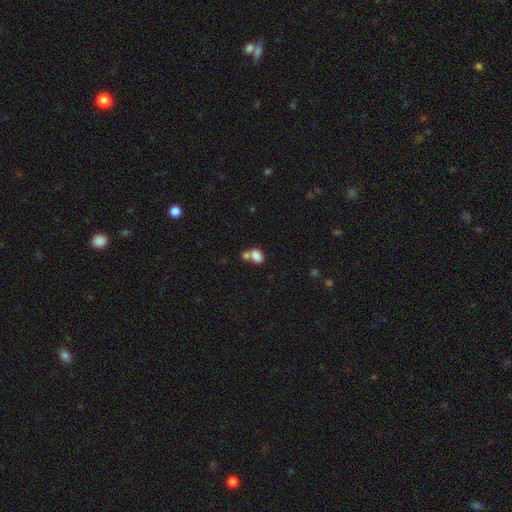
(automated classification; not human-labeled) Q: Smooth or featured?
A: smooth (82%); runner-up: star or artifact (9%)
Q: How rounded?
A: in between (71%); runner-up: round (28%)
Q: Merging?
A: merger (52%); runner-up: none (33%)